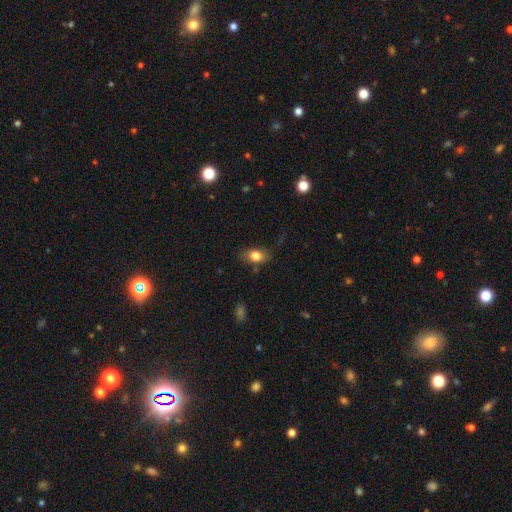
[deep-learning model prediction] smooth-or-featured: smooth: 81% | featured or disk: 11% | star or artifact: 9%
  how-rounded: in between: 81% | round: 17% | cigar-shaped: 3%
  merging: none: 75% | minor disturbance: 18% | major disturbance: 5% | merger: 2%